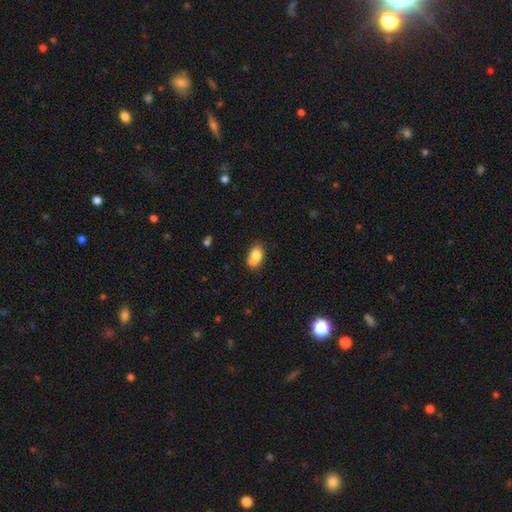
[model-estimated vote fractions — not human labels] smooth 78%, featured or disk 13%, star or artifact 9%. Down the decision tree: how rounded — in between (85%); merging — none (52%).